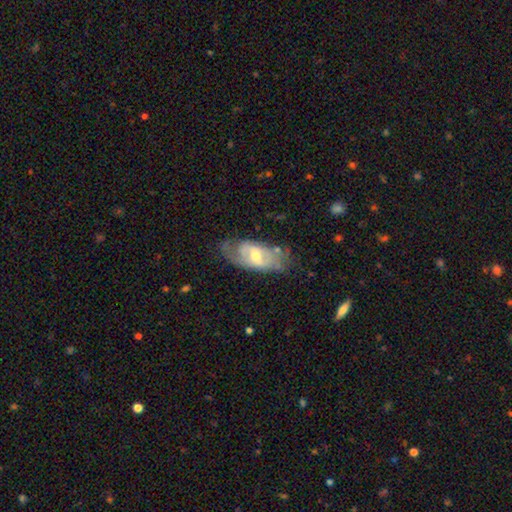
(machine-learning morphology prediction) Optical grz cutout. It shows a featured or disk galaxy (72%) with a weak bar (52%), 2 (55%) medium (42%) spiral arms (78%) and a moderate central bulge (60%). Merging: none (57%).